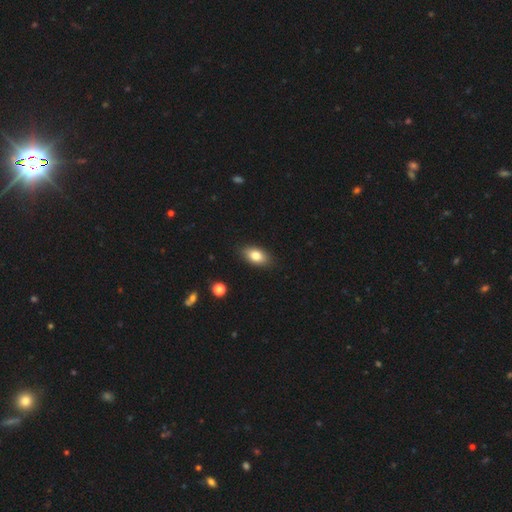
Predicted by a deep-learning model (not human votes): smooth-or-featured: smooth: 80% | featured or disk: 12% | star or artifact: 8%
  how-rounded: in between: 90% | round: 7% | cigar-shaped: 4%
  merging: none: 88% | minor disturbance: 9% | major disturbance: 2% | merger: 1%